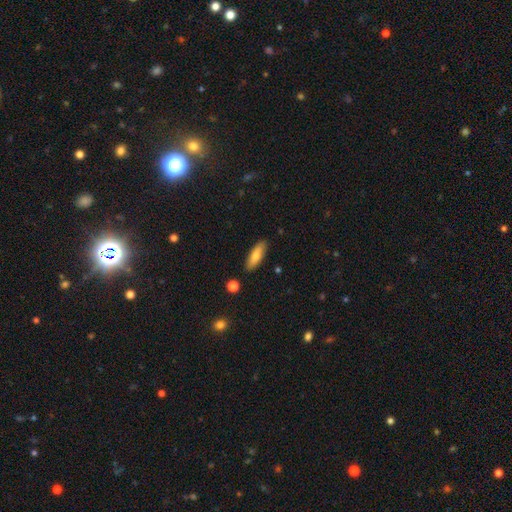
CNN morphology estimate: A smooth galaxy with no disk features (73%) that is in between round and cigar-shaped (52%).

Vote fractions:
- Smooth or featured? smooth: 73% / featured or disk: 20% / star or artifact: 7%
- How rounded? in between: 52% / cigar-shaped: 46% / round: 2%
- Merging? none: 87% / minor disturbance: 9% / merger: 2% / major disturbance: 2%